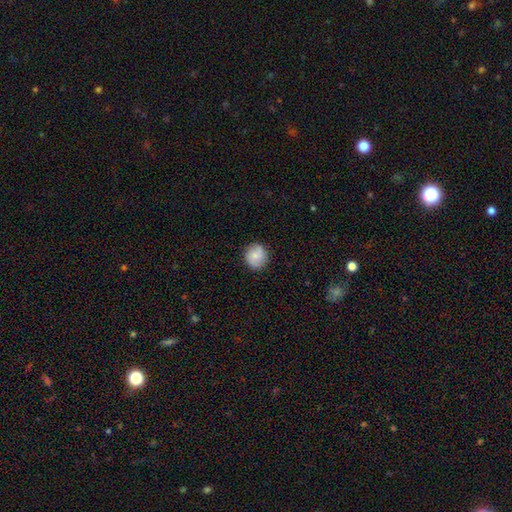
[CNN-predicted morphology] A smooth galaxy with no disk features (71%) that is round (87%). Merging: none (84%).